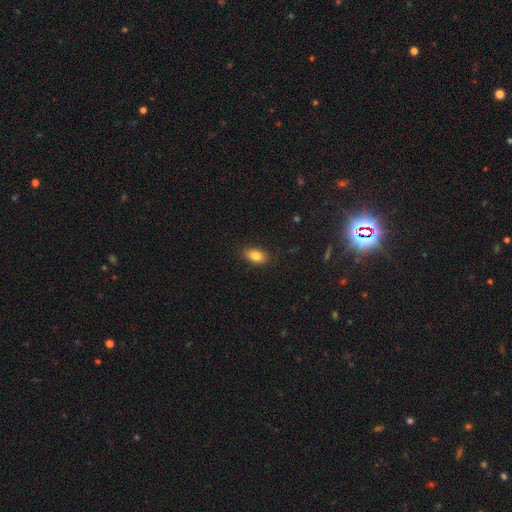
Q: Smooth or featured?
A: smooth (79%); runner-up: featured or disk (18%)
Q: How rounded?
A: in between (97%); runner-up: round (3%)
Q: Merging?
A: none (81%); runner-up: minor disturbance (16%)